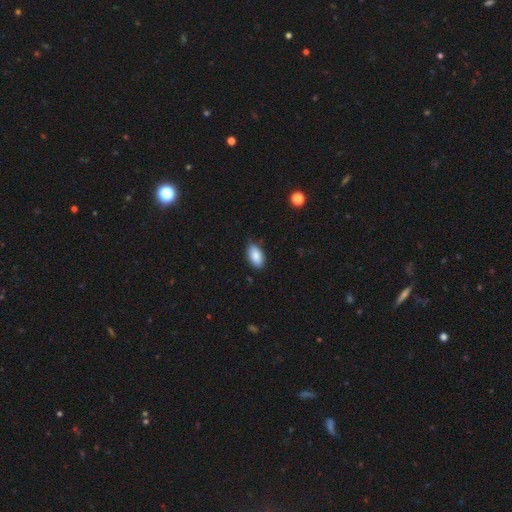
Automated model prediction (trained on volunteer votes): Q: Smooth or featured?
A: smooth (87%); runner-up: star or artifact (7%)
Q: How rounded?
A: in between (94%); runner-up: round (3%)
Q: Merging?
A: none (80%); runner-up: minor disturbance (17%)